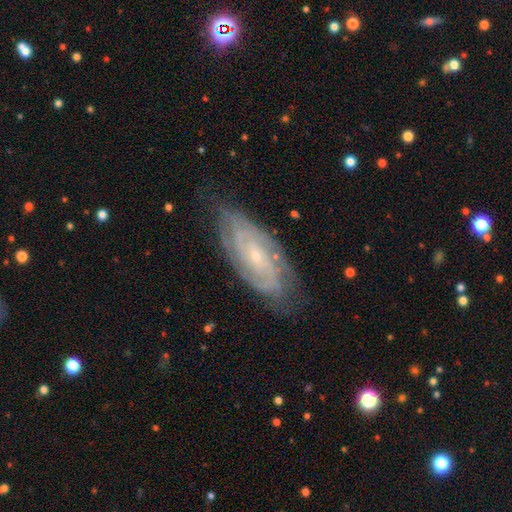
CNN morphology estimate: smooth-or-featured: featured or disk: 86% | smooth: 8% | star or artifact: 6%
  disk-edge-on: no: 94% | yes: 6%
    bar: no: 64% | weak: 29% | strong: 8%
    has-spiral-arms: yes: 96% | no: 4%
      spiral-winding: tight: 72% | medium: 24% | loose: 5%
      spiral-arm-count: can't tell: 31% | 2: 27% | 3: 17% | 4: 14% | more than 4: 6% | 1: 5%
    bulge-size: small: 83% | moderate: 13% | none: 2% | large: 1% | dominant: 1%
  merging: none: 75% | minor disturbance: 19% | major disturbance: 5% | merger: 1%